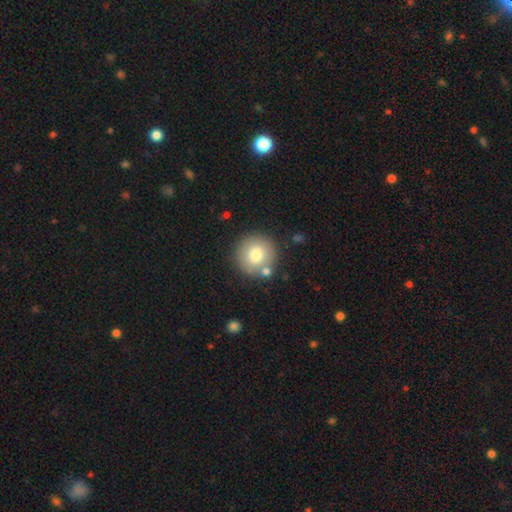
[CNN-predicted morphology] The model was most divided on "smooth or featured": smooth: 77%, featured or disk: 14%, star or artifact: 9%. More confident: how rounded — round (95%); merging — none (80%).